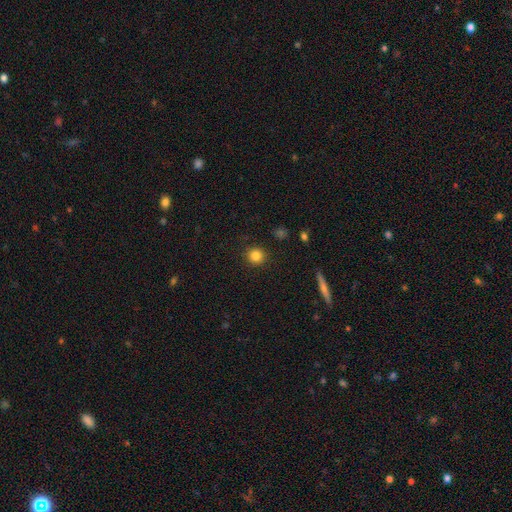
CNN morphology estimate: Smooth or featured? smooth (84%)
How rounded? round (94%)
Merging? none (91%)